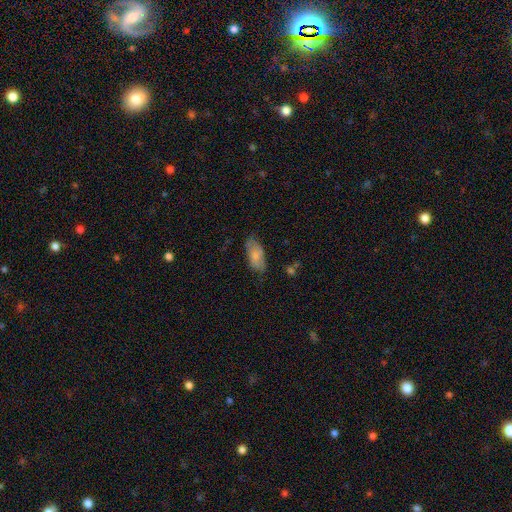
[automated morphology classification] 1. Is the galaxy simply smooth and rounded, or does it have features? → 72% smooth, 21% featured or disk, 6% star or artifact.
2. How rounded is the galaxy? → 88% in between, 9% cigar-shaped, 2% round.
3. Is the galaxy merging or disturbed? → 66% none, 25% minor disturbance, 6% major disturbance, 2% merger.